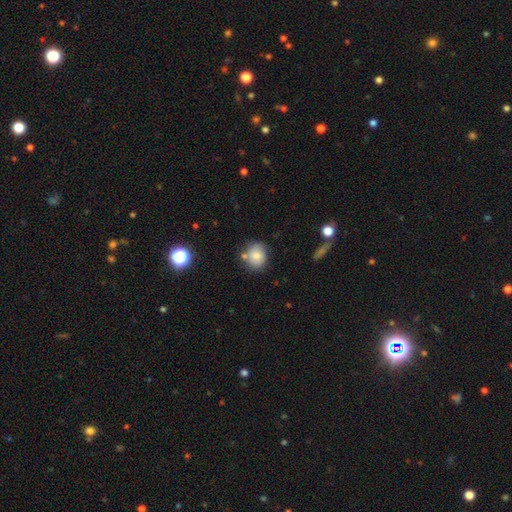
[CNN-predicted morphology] A smooth galaxy with no disk features (79%) that is round (66%). Merging: none (69%).